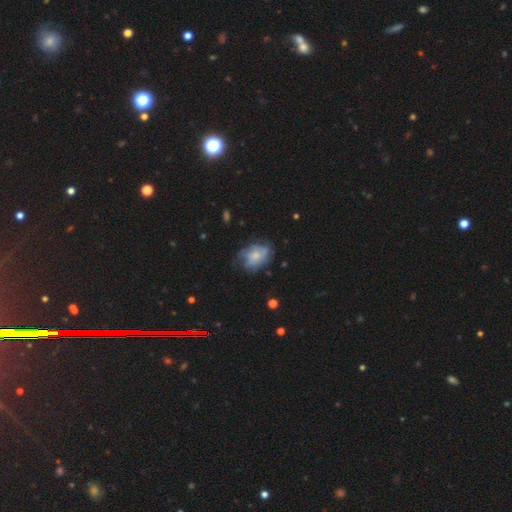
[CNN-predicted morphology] Q: Smooth or featured?
A: featured or disk (49%); runner-up: smooth (43%)
Q: Merging?
A: none (53%); runner-up: minor disturbance (28%)